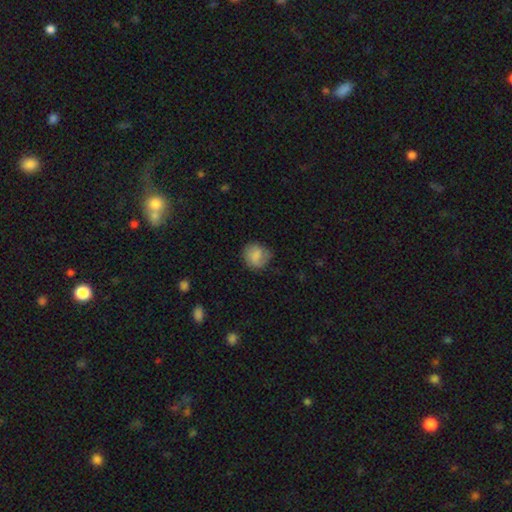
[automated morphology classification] Smooth or featured? smooth (65%)
How rounded? round (78%)
Merging? none (66%)